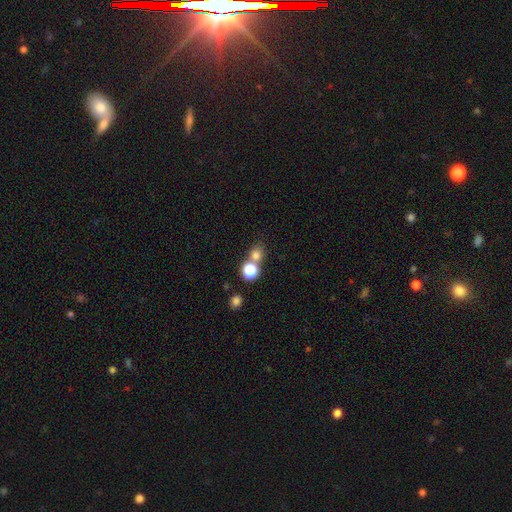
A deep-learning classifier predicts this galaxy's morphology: type=smooth (74%); roundness=round (77%); merging=none (55%).